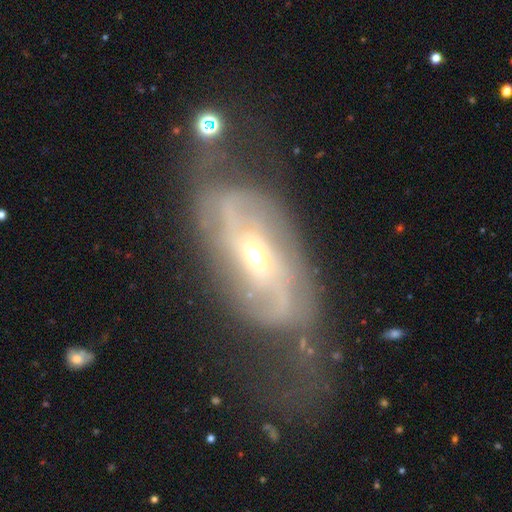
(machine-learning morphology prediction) smooth-or-featured: featured or disk: 81% | smooth: 13% | star or artifact: 7%
  disk-edge-on: no: 92% | yes: 8%
    bar: no: 51% | weak: 32% | strong: 17%
    has-spiral-arms: yes: 86% | no: 14%
      spiral-winding: tight: 42% | medium: 37% | loose: 21%
      spiral-arm-count: 2: 50% | can't tell: 30% | 3: 9% | 4: 4% | 1: 4% | more than 4: 3%
    bulge-size: small: 54% | moderate: 42% | large: 3% | dominant: 1% | none: 1%
  merging: none: 45% | major disturbance: 26% | minor disturbance: 24% | merger: 4%